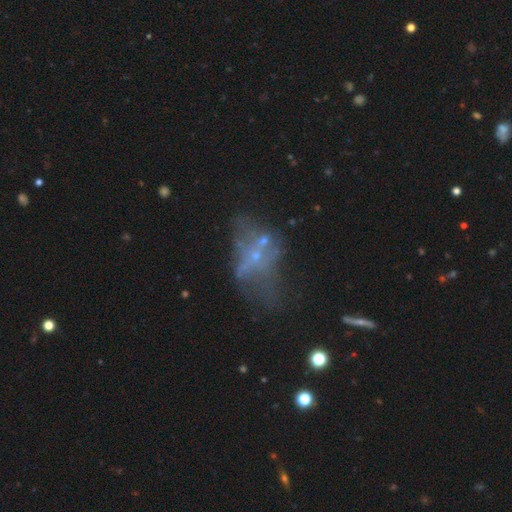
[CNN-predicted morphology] Smooth or featured? featured or disk (49%)
Merging? none (32%)